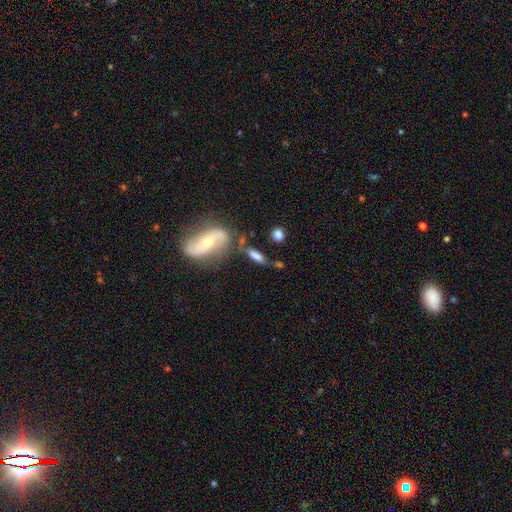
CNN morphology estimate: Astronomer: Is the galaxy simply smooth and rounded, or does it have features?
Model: smooth — 59%.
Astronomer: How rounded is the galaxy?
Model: in between — 54% (runner-up: cigar-shaped, 39%).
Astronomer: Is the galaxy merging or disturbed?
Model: none — 52%.